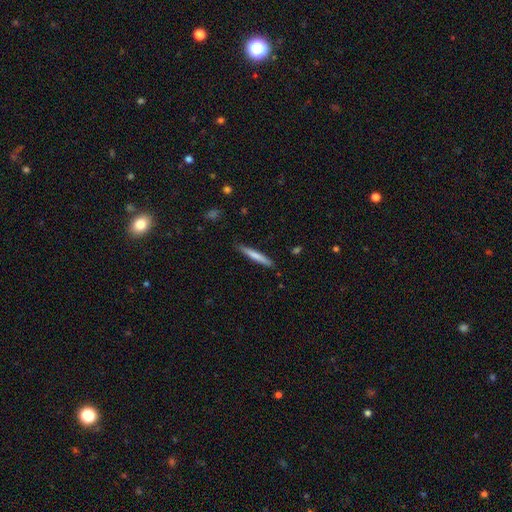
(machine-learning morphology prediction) smooth_or_featured: smooth (p=0.70) [alt: featured or disk p=0.24]
how_rounded: cigar-shaped (p=0.95) [alt: in between p=0.03]
merging: none (p=0.87) [alt: minor disturbance p=0.10]